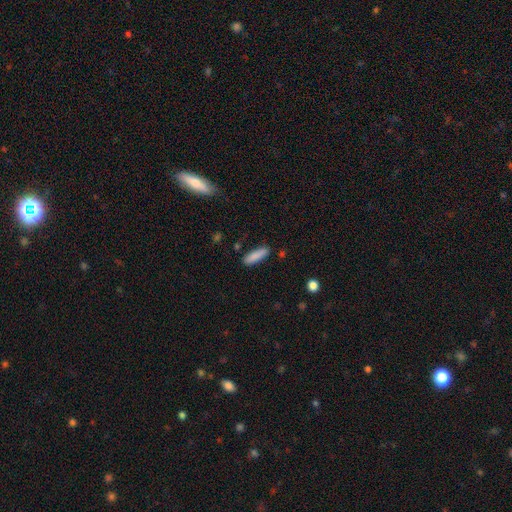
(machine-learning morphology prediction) smooth-or-featured: smooth: 87% | star or artifact: 6% | featured or disk: 6%
  how-rounded: cigar-shaped: 60% | in between: 38% | round: 2%
  merging: none: 86% | minor disturbance: 10% | major disturbance: 2% | merger: 2%